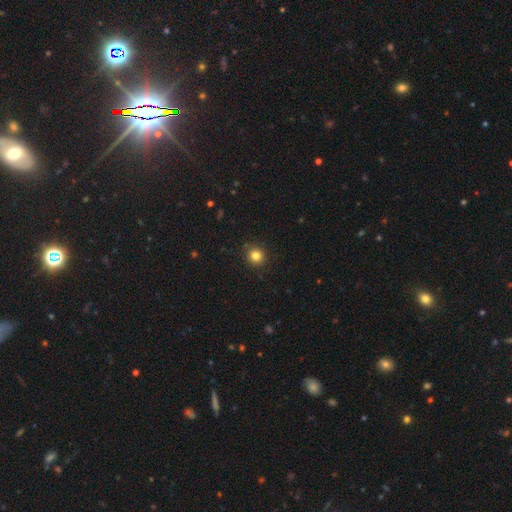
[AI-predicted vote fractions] Smooth or featured? Predicted: smooth (p=0.83). How rounded? Predicted: round (p=0.94). Merging? Predicted: none (p=0.90).